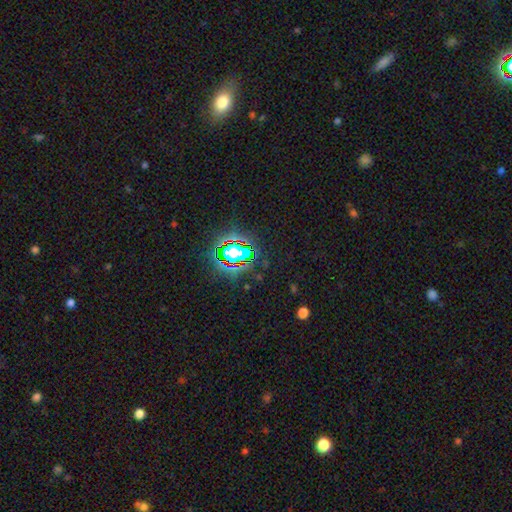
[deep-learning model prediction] A star or artifact, not a galaxy (81%).

Vote fractions:
- Smooth or featured? star or artifact: 81% / smooth: 11% / featured or disk: 8%